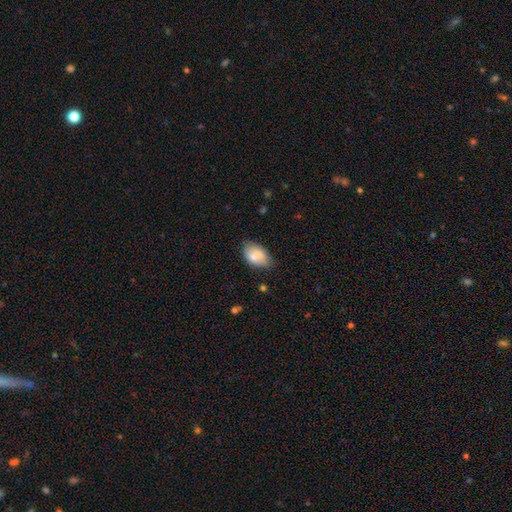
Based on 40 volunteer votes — Volunteers were most divided on "merging": none: 44%, merger: 28%, minor disturbance: 19%, major disturbance: 8%. More confident: how rounded — in between (100%); smooth or featured — smooth (70%).